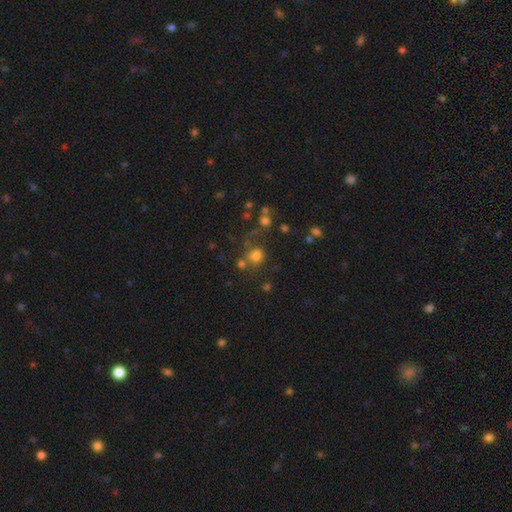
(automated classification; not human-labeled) smooth_or_featured: smooth (p=0.72) [alt: star or artifact p=0.18]
how_rounded: round (p=0.83) [alt: in between p=0.16]
merging: none (p=0.58) [alt: merger p=0.19]